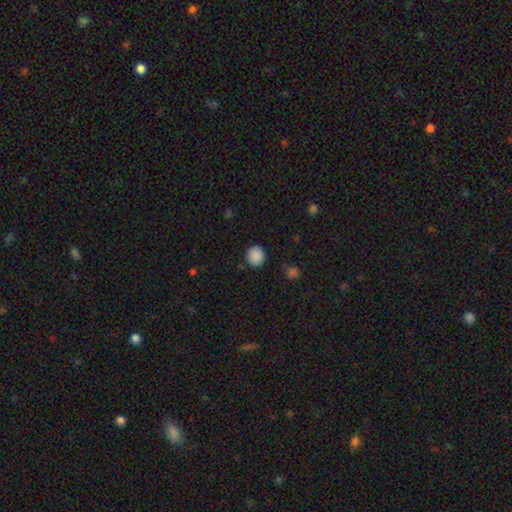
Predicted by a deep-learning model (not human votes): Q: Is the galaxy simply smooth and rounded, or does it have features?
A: smooth — 88%.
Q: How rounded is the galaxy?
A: round — 85%.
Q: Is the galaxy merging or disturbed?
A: none — 86%.